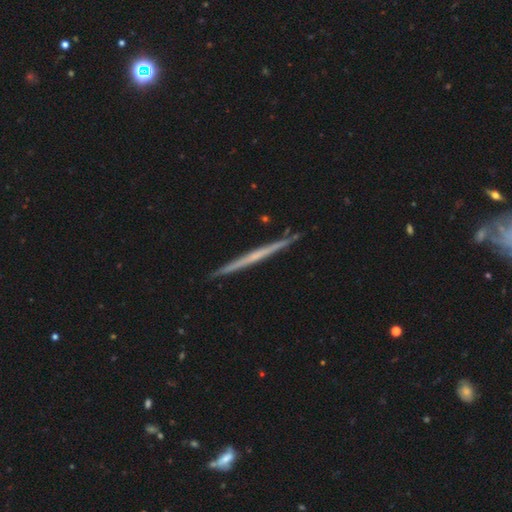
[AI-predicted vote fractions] A featured or disk galaxy (70%) viewed edge-on (98%) with no central bulge (74%).

Vote fractions:
- Smooth or featured? featured or disk: 70% / smooth: 25% / star or artifact: 6%
- Edge-on disk? yes: 98% / no: 2%
- Edge-on bulge? none: 74% / rounded: 21% / boxy: 5%
- Merging? none: 91% / minor disturbance: 7% / merger: 1% / major disturbance: 1%